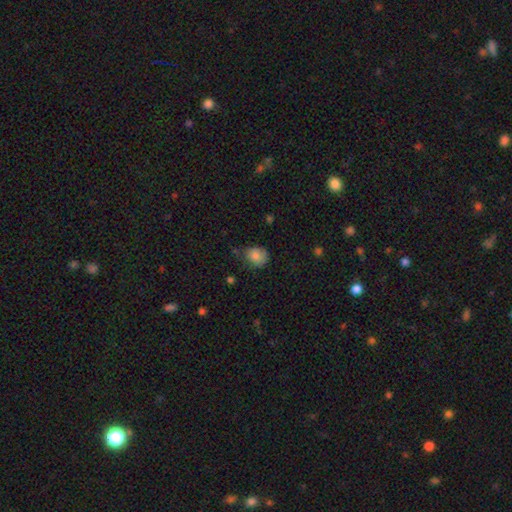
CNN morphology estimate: Smooth or featured: smooth — 81% (featured or disk — 10%)
How rounded: round — 59% (in between — 40%)
Merging: none — 63% (minor disturbance — 29%)